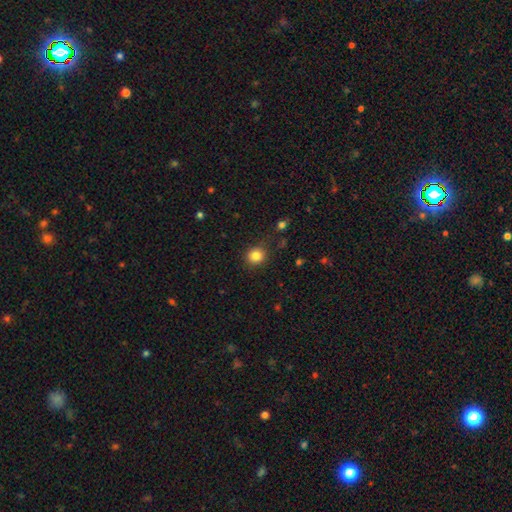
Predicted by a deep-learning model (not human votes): smooth_or_featured: smooth (p=0.84) [alt: star or artifact p=0.11]
how_rounded: round (p=0.85) [alt: in between p=0.14]
merging: none (p=0.84) [alt: minor disturbance p=0.10]